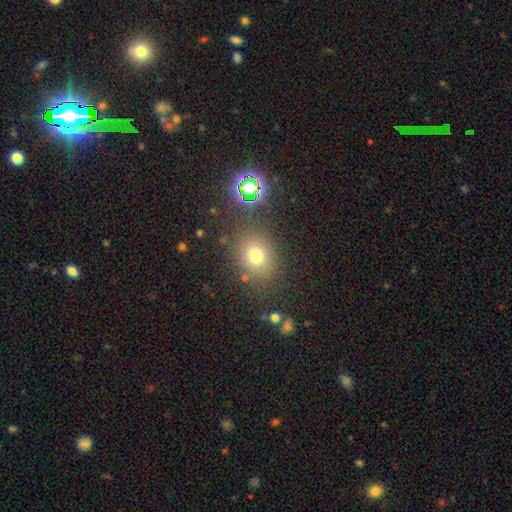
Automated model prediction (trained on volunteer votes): This appears to be a smooth galaxy with no disk features (72%) that is round (65%). Merging: none (81%).